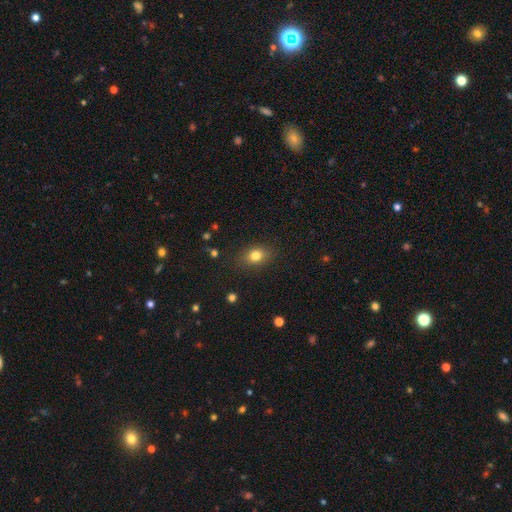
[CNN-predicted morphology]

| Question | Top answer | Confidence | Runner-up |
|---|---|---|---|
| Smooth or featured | smooth | 80% | star or artifact (11%) |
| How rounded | in between | 63% | round (36%) |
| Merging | none | 85% | minor disturbance (11%) |